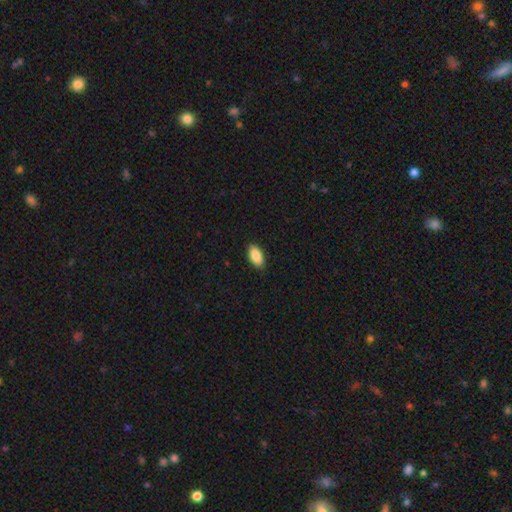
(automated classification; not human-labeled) Smooth or featured? Predicted: smooth (p=0.89). How rounded? Predicted: in between (p=0.92). Merging? Predicted: none (p=0.88).